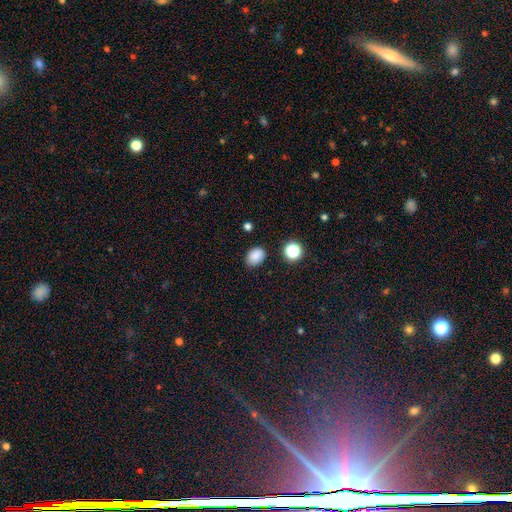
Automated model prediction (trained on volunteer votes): Smooth or featured: smooth — 86% (star or artifact — 10%)
How rounded: in between — 73% (round — 26%)
Merging: none — 83% (minor disturbance — 12%)